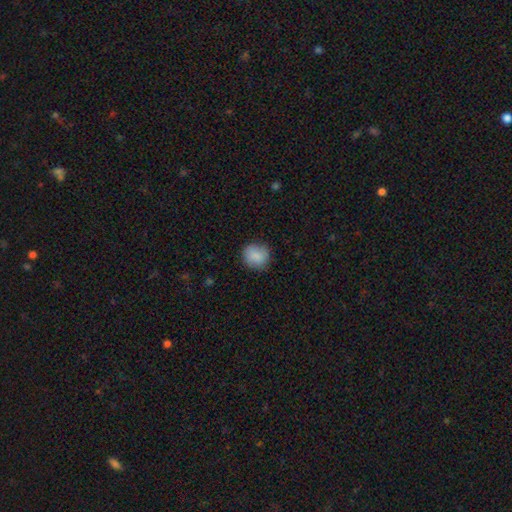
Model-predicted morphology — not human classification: The model was most divided on "merging": none: 83%, minor disturbance: 13%, major disturbance: 3%, merger: 1%. More confident: smooth or featured — smooth (87%); how rounded — round (86%).